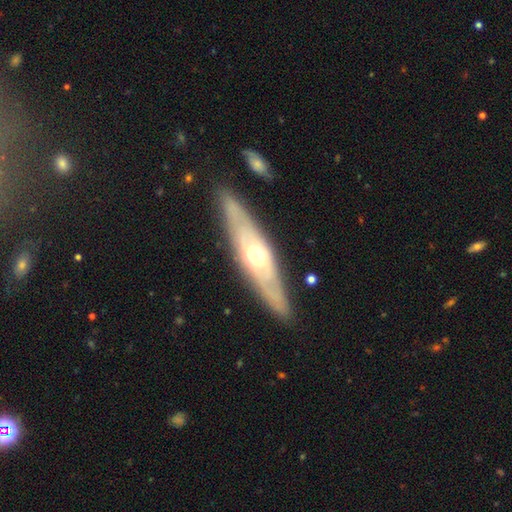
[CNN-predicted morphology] smooth_or_featured: featured or disk (p=0.69) [alt: smooth p=0.26]
disk_edge_on: yes (p=0.52) [alt: no p=0.48]
merging: none (p=0.84) [alt: minor disturbance p=0.11]